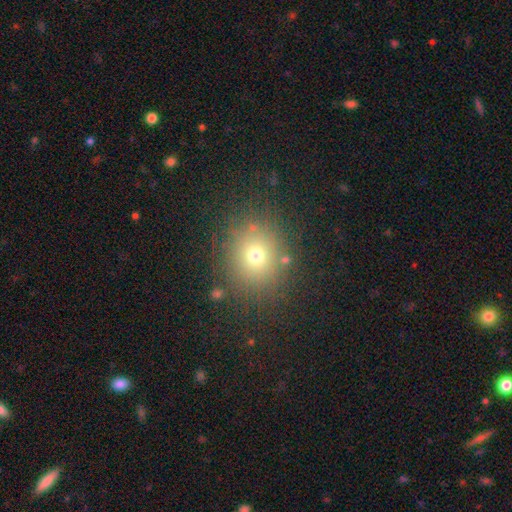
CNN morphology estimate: Smooth or featured? Predicted: smooth (p=0.68). How rounded? Predicted: round (p=0.79). Merging? Predicted: none (p=0.83).